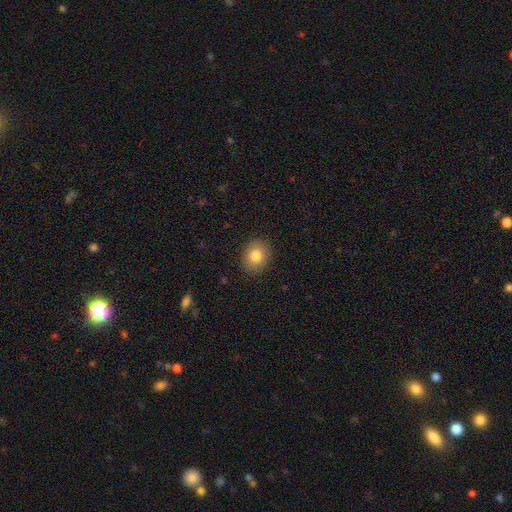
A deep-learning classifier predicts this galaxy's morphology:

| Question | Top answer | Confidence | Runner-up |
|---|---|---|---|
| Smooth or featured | smooth | 81% | star or artifact (9%) |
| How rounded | round | 54% | in between (45%) |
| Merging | none | 89% | minor disturbance (8%) |